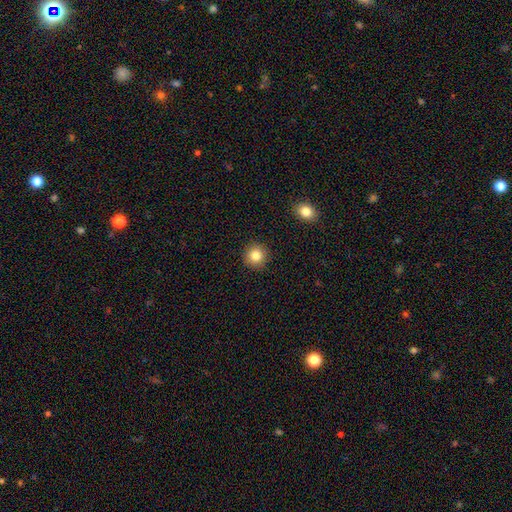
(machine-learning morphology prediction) Overall: smooth (82%). How rounded: round (93%). Merging: none (91%).